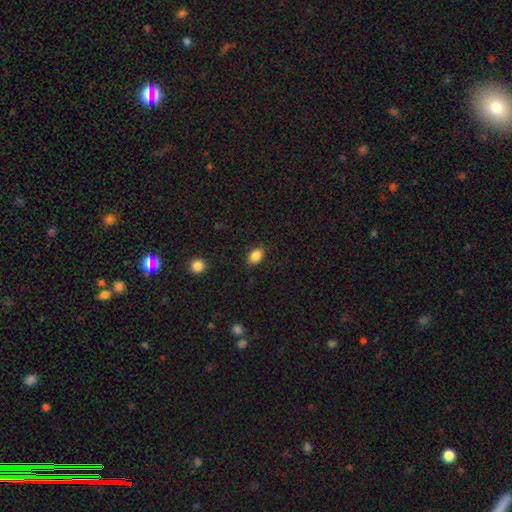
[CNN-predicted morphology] This appears to be a smooth galaxy with no disk features (87%) that is in between round and cigar-shaped (84%). Merging: none (86%).